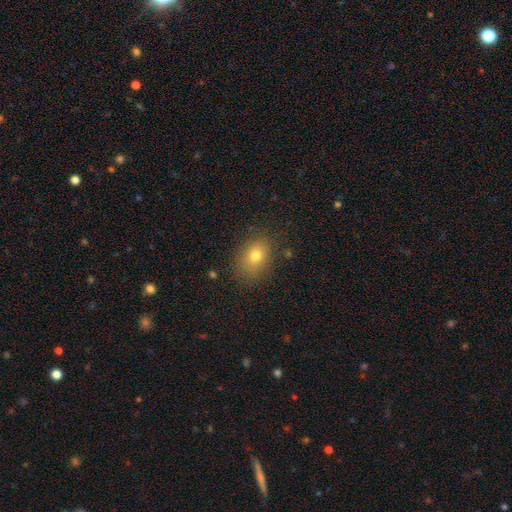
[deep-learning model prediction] This appears to be a smooth galaxy with no disk features (75%) that is in between round and cigar-shaped (63%). Merging: none (81%).